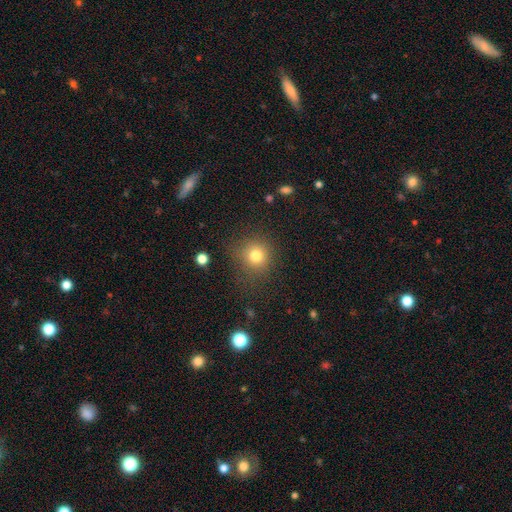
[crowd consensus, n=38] smooth 79%, featured or disk 11%, star or artifact 11%. Down the decision tree: how rounded — round (93%); merging — none (79%).